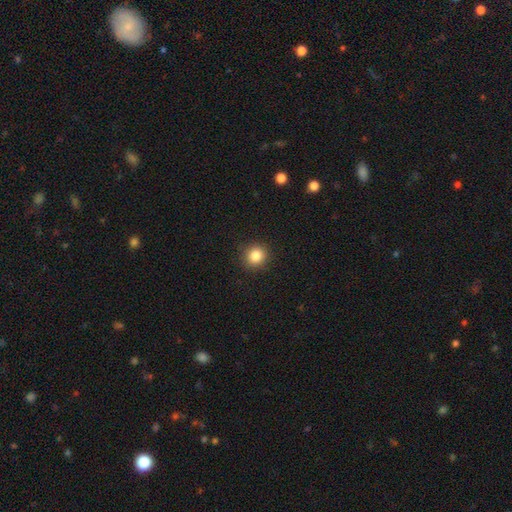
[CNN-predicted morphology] A smooth galaxy with no disk features (84%) that is round (91%). Merging: none (91%).